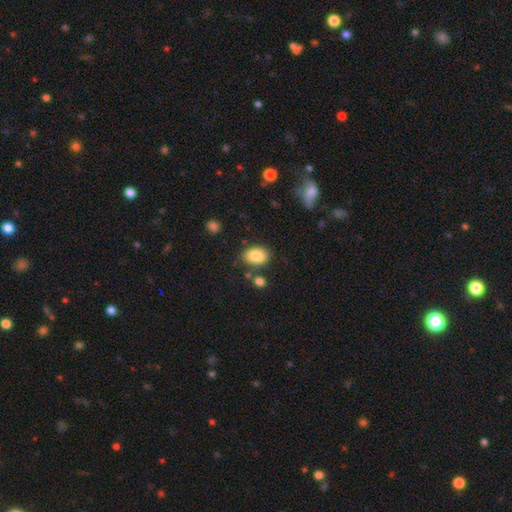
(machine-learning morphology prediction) Overall: smooth (83%). How rounded: in between (83%). Merging: none (72%).